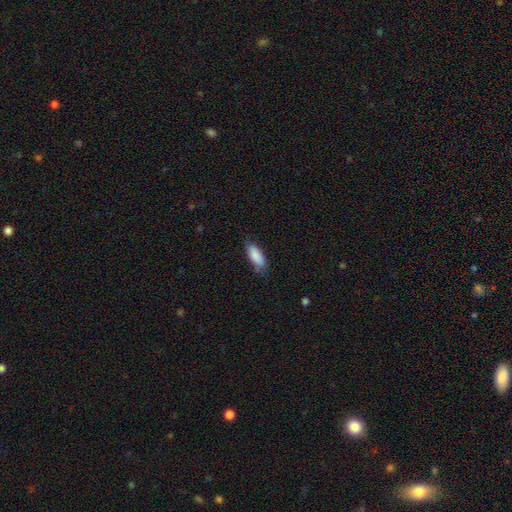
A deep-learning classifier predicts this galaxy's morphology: Smooth or featured: smooth — 86% (featured or disk — 8%)
How rounded: in between — 74% (cigar-shaped — 24%)
Merging: none — 72% (minor disturbance — 22%)